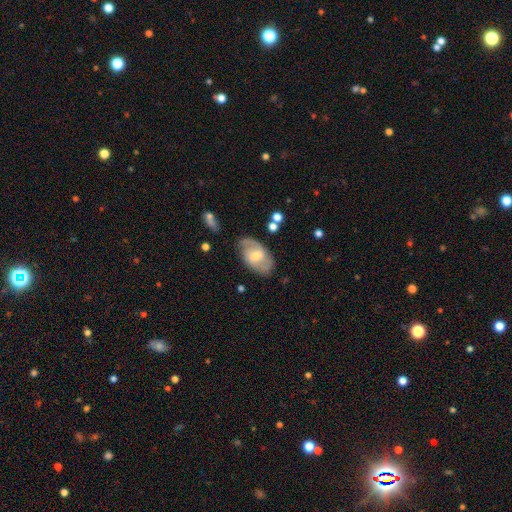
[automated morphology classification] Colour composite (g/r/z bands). It shows a featured or disk galaxy (71%) with a weak bar (51%), 2 (77%) medium (47%) spiral arms (88%) and a moderate central bulge (54%). Merging: none (73%).